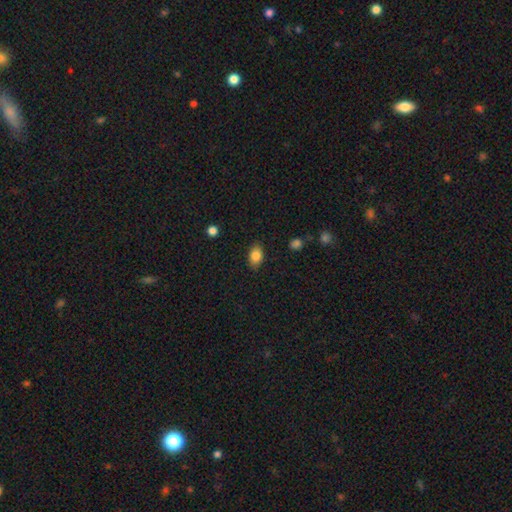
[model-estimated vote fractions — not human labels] Morphology: type=smooth (84%); roundness=in between (84%); merging=none (85%).